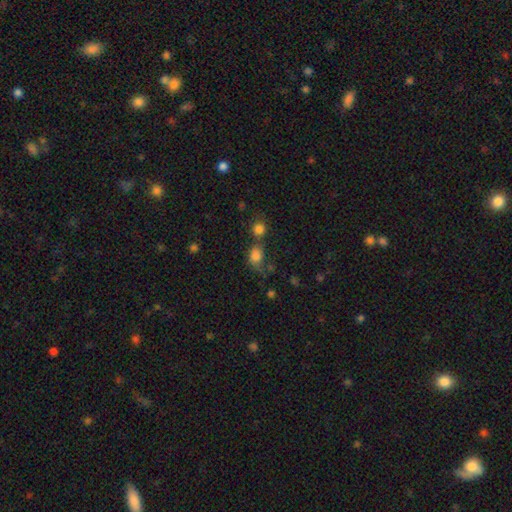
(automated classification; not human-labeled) Smooth or featured? Predicted: smooth (p=0.78). How rounded? Predicted: in between (p=0.52). Merging? Predicted: none (p=0.36).